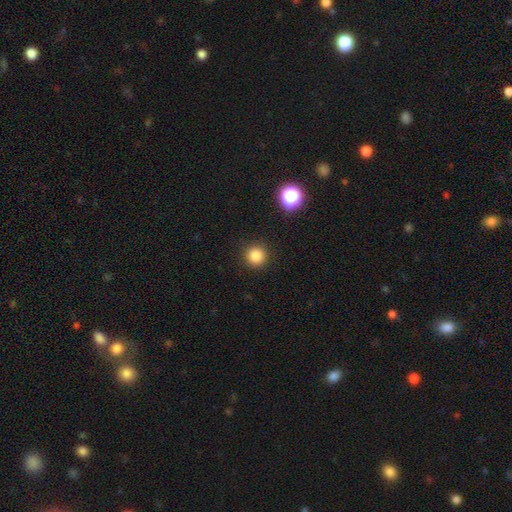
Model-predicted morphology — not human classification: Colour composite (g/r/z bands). It shows a smooth galaxy with no disk features (83%) that is round (94%). Merging: none (91%).